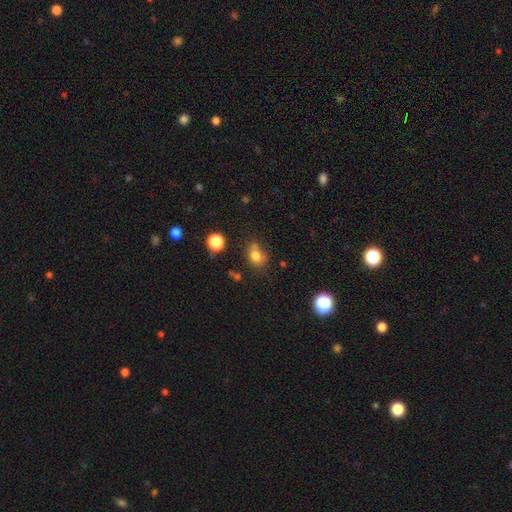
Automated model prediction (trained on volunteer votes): Smooth or featured? Predicted: smooth (p=0.77). How rounded? Predicted: round (p=0.55). Merging? Predicted: none (p=0.52).